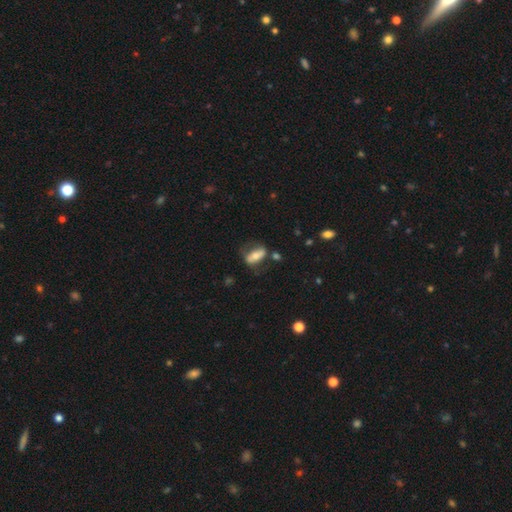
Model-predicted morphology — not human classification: type=smooth (56%); roundness=in between (78%); merging=none (50%).